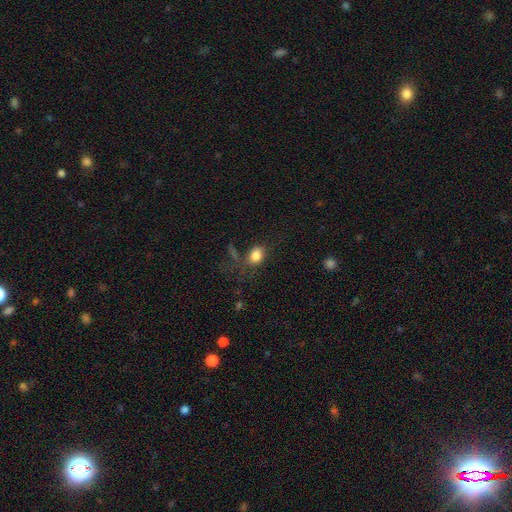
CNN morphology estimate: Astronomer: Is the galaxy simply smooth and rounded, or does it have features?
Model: smooth — 82%.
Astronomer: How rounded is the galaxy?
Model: in between — 69%.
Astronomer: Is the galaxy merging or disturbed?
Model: none — 58%.